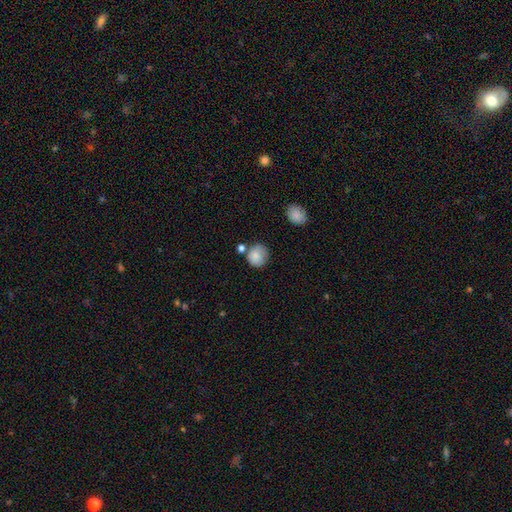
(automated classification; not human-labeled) Smooth or featured?
  - smooth: 82% *
  - featured or disk: 10%
  - star or artifact: 8%
How rounded?
  - round: 85% *
  - in between: 14%
  - cigar-shaped: 1%
Merging?
  - none: 62% *
  - minor disturbance: 20%
  - merger: 12%
  - major disturbance: 6%